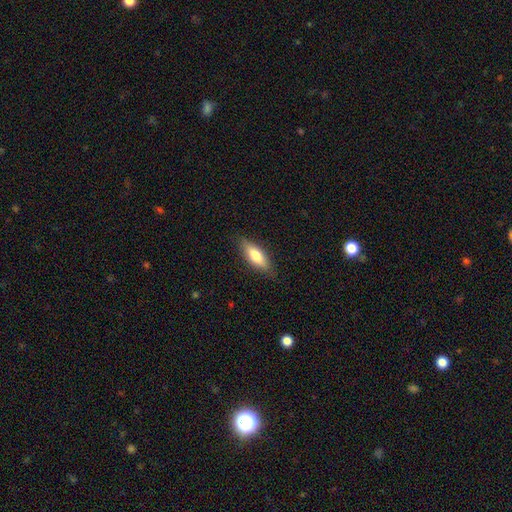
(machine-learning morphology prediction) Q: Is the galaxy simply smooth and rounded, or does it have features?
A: smooth — 70%.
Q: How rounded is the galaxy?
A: in between — 61%.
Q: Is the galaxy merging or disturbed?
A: none — 84%.